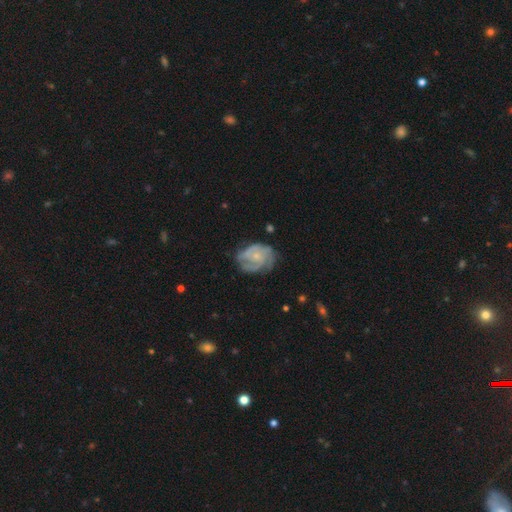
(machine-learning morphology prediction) Smooth or featured?
  - featured or disk: 81% *
  - smooth: 14%
  - star or artifact: 5%
Edge-on disk?
  - no: 98% *
  - yes: 2%
Bar?
  - no: 73% *
  - weak: 24%
  - strong: 4%
Spiral arms?
  - yes: 93% *
  - no: 7%
Spiral winding?
  - tight: 52% *
  - medium: 38%
  - loose: 10%
Spiral arm count?
  - 3: 35% *
  - 2: 26%
  - can't tell: 22%
  - 4: 8%
  - 1: 5%
  - more than 4: 4%
Bulge size?
  - small: 67% *
  - moderate: 25%
  - none: 6%
  - large: 1%
  - dominant: 1%
Merging?
  - none: 61% *
  - minor disturbance: 25%
  - major disturbance: 12%
  - merger: 2%